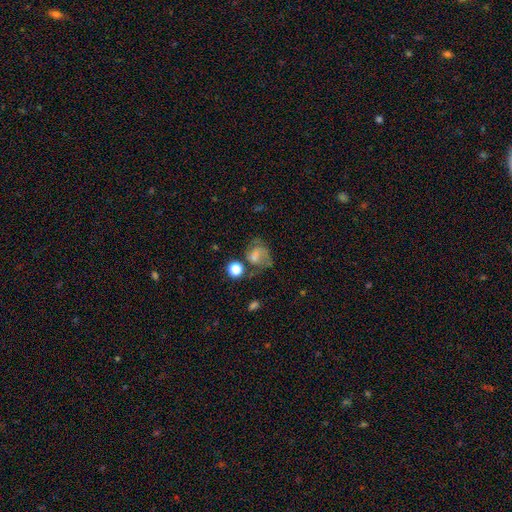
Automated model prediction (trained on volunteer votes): smooth_or_featured: smooth (p=0.57) [alt: featured or disk p=0.29]
how_rounded: round (p=0.57) [alt: in between p=0.42]
merging: none (p=0.36) [alt: major disturbance p=0.28]